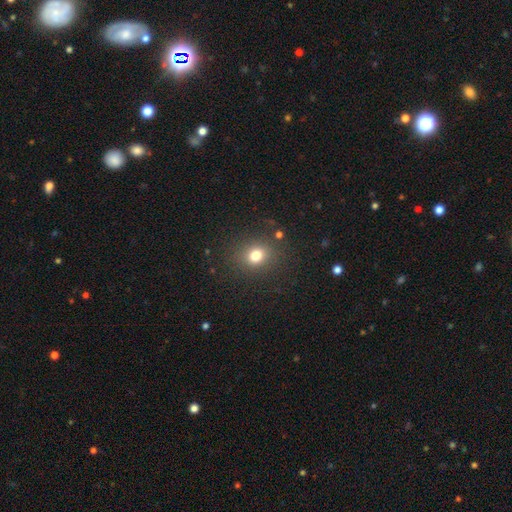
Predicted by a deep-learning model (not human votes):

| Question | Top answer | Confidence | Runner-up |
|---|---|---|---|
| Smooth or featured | smooth | 77% | star or artifact (15%) |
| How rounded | round | 68% | in between (31%) |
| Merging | none | 84% | minor disturbance (10%) |